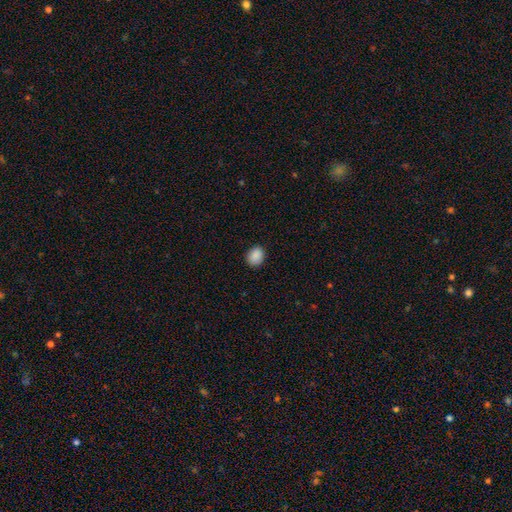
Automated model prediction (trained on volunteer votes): This appears to be a smooth galaxy with no disk features (89%) that is round (54%). Merging: none (89%).